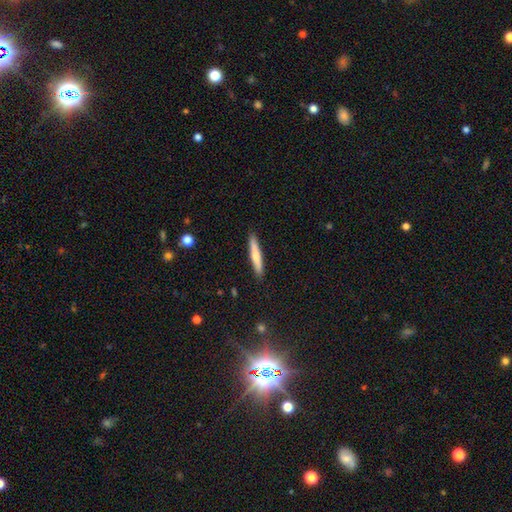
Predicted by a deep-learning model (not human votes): The model was most divided on "smooth or featured": smooth: 62%, featured or disk: 32%, star or artifact: 6%. More confident: how rounded — cigar-shaped (93%); merging — none (91%).